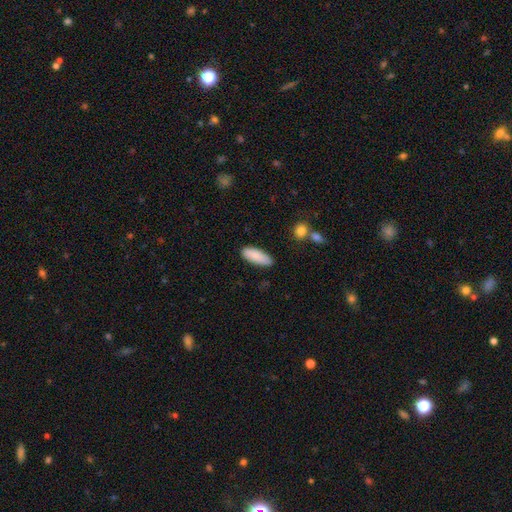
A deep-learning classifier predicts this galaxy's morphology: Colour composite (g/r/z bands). It shows a smooth galaxy with no disk features (87%) that is in between round and cigar-shaped (69%). Merging: none (86%).